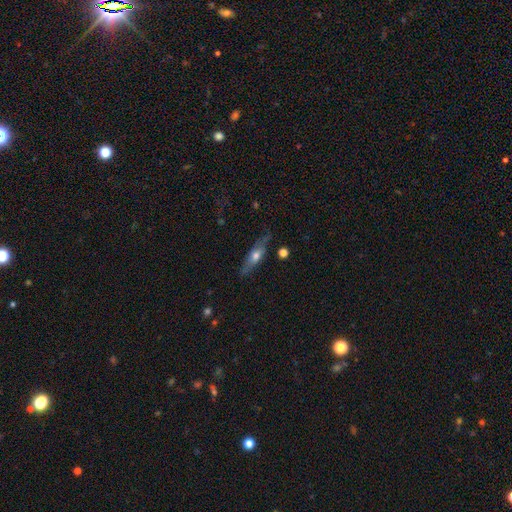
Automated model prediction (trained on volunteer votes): Morphology: type=featured or disk (50%); merging=none (75%).